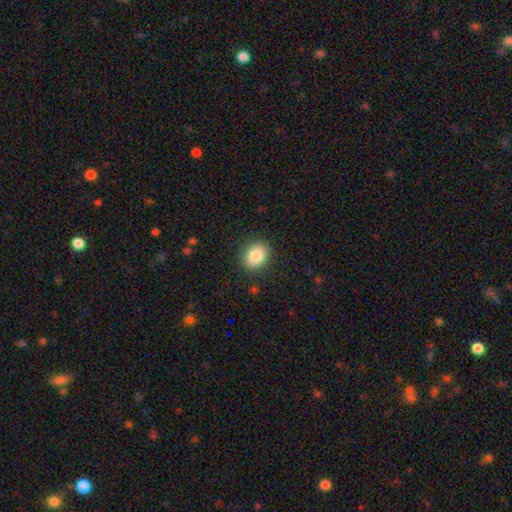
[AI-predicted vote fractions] smooth-or-featured: smooth: 85% | star or artifact: 8% | featured or disk: 6%
  how-rounded: round: 50% | in between: 49% | cigar-shaped: 1%
  merging: none: 88% | minor disturbance: 9% | major disturbance: 3% | merger: 1%